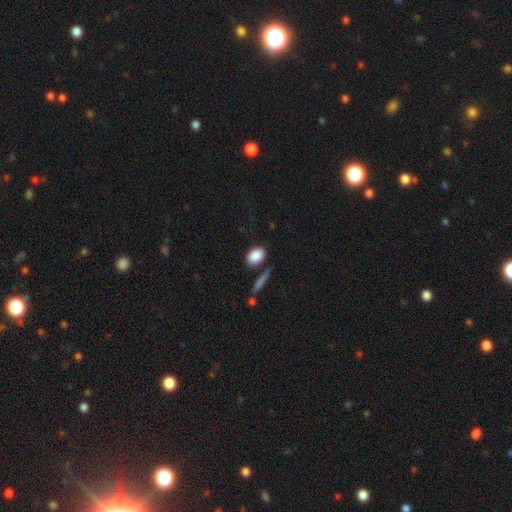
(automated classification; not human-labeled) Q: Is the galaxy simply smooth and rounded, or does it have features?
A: smooth — 87%.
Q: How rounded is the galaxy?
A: in between — 77%.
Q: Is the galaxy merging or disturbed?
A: none — 72%.